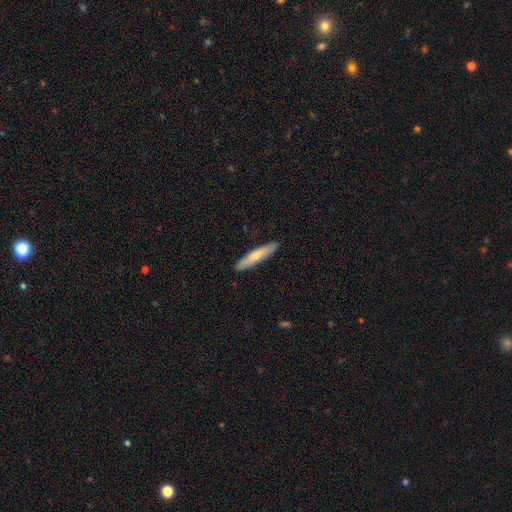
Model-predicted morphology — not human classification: A smooth galaxy with no disk features (70%) that is cigar-shaped (90%). Merging: none (90%).